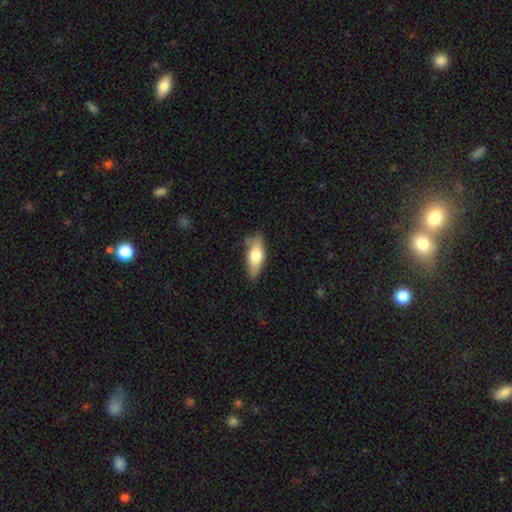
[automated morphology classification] Smooth or featured? Predicted: smooth (p=0.68). How rounded? Predicted: in between (p=0.71). Merging? Predicted: none (p=0.71).